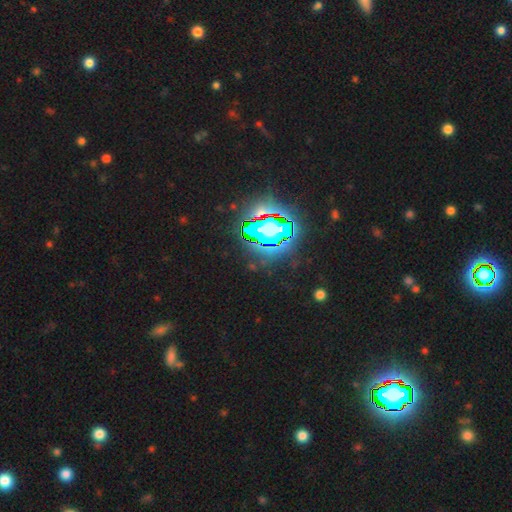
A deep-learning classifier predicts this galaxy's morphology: This is clearly a star or artifact rather than a galaxy (84%).